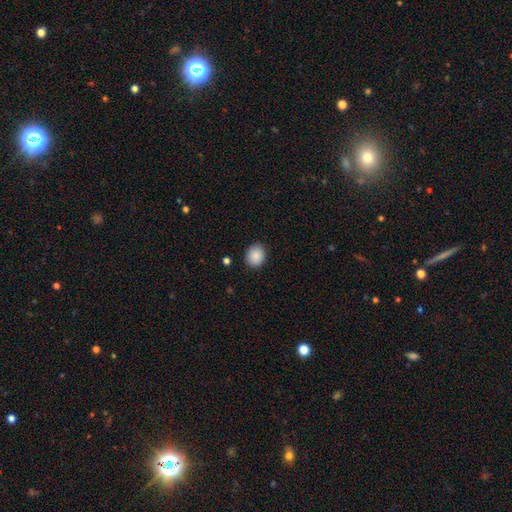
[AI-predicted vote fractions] The model was most divided on "how rounded": round: 71%, in between: 28%, cigar-shaped: 1%. More confident: smooth or featured — smooth (89%); merging — none (89%).